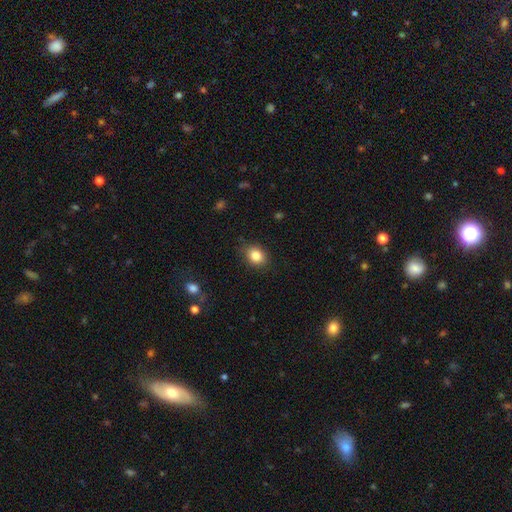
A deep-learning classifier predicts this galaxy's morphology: This appears to be a smooth galaxy with no disk features (85%) that is in between round and cigar-shaped (51%). Merging: none (83%).